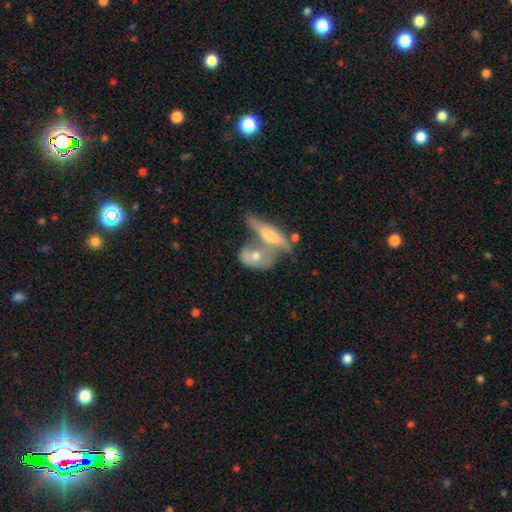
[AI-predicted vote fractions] Q: Smooth or featured?
A: smooth (51%); runner-up: featured or disk (42%)
Q: How rounded?
A: in between (68%); runner-up: round (16%)
Q: Merging?
A: merger (64%); runner-up: none (19%)